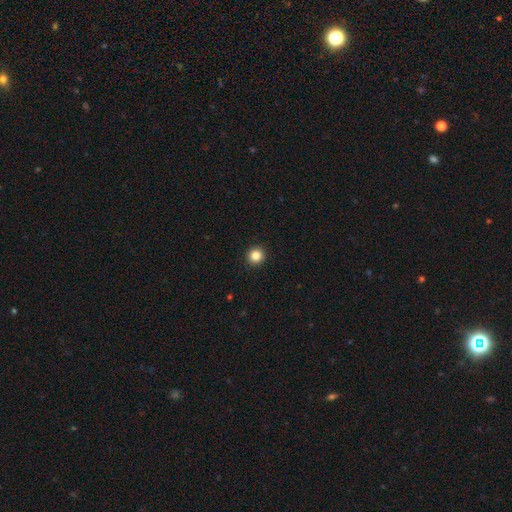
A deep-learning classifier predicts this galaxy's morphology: Smooth or featured? Predicted: smooth (p=0.85). How rounded? Predicted: round (p=0.95). Merging? Predicted: none (p=0.94).